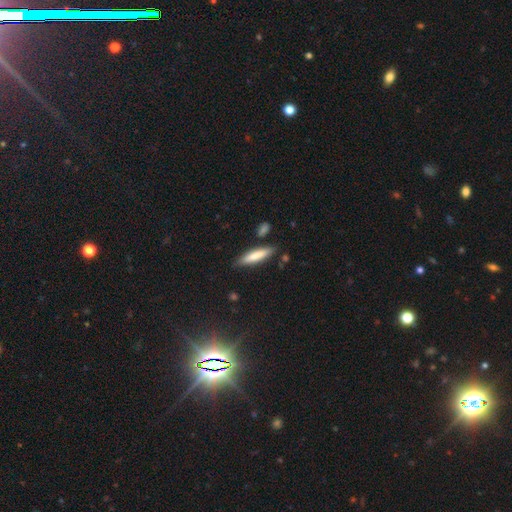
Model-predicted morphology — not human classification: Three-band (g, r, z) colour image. It shows a smooth galaxy with no disk features (74%) that is cigar-shaped (80%). Merging: none (83%).